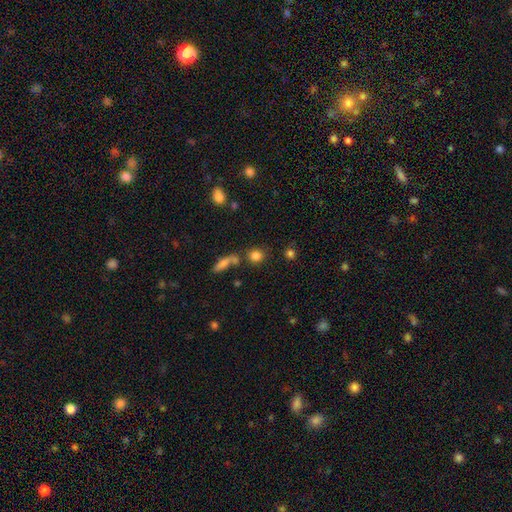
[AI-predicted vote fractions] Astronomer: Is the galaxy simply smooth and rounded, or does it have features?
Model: smooth — 81%.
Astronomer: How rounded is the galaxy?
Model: round — 76%.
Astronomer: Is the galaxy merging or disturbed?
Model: none — 68%.